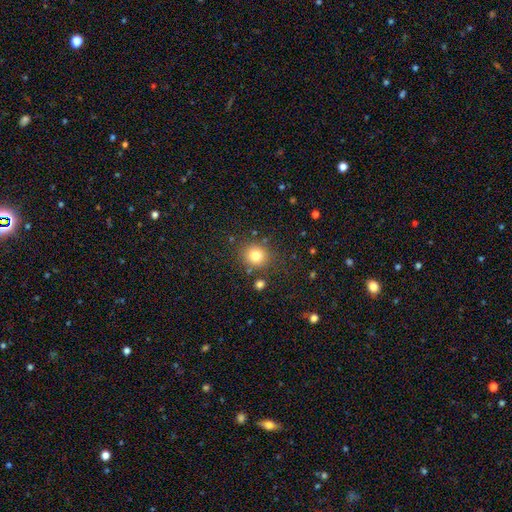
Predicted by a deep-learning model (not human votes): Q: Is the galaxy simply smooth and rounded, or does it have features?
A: smooth — 80%.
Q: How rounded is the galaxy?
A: round — 85%.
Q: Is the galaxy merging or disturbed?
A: none — 82%.